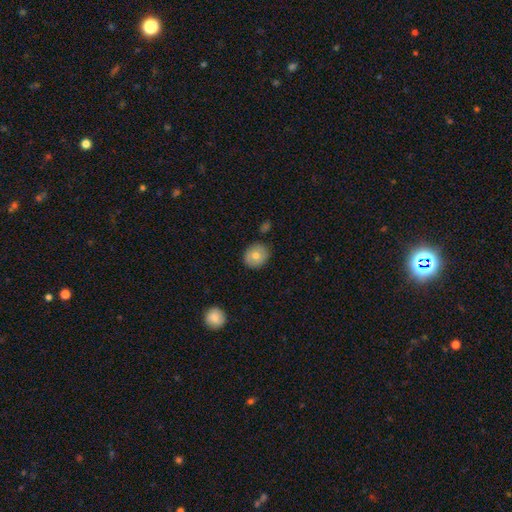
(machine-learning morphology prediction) The model was most divided on "how rounded": round: 71%, in between: 28%, cigar-shaped: 1%. More confident: merging — none (84%); smooth or featured — smooth (73%).